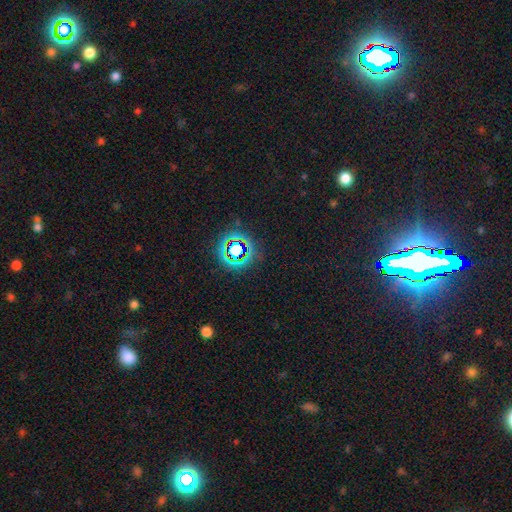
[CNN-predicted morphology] smooth_or_featured: star or artifact (p=0.73) [alt: smooth p=0.18]